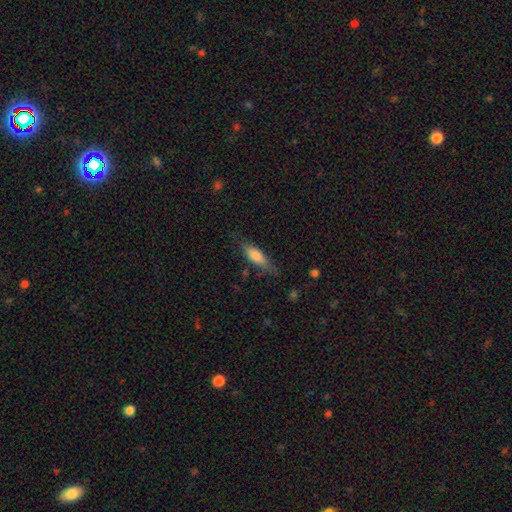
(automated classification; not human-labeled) smooth 72%, featured or disk 21%, star or artifact 7%. Down the decision tree: how rounded — in between (49%, tied with cigar-shaped); merging — none (68%).